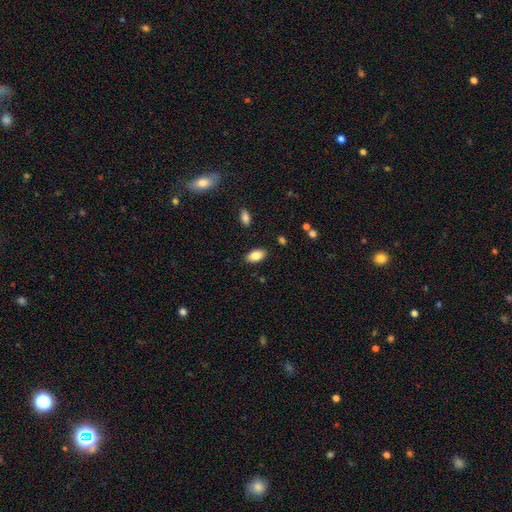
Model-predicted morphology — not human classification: This appears to be a smooth galaxy with no disk features (84%) that is in between round and cigar-shaped (93%). Merging: none (86%).